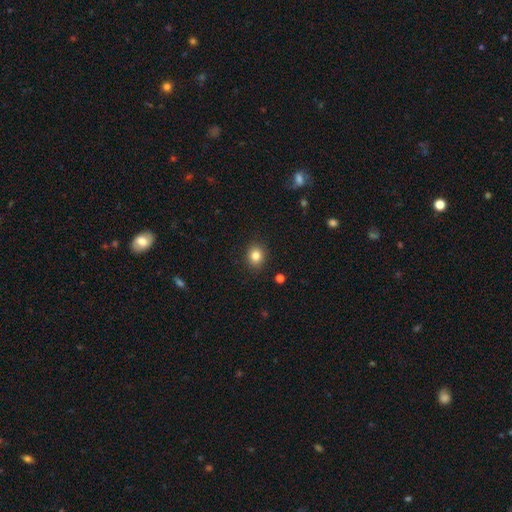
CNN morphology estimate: A smooth galaxy with no disk features (83%) that is round (71%).

Vote fractions:
- Smooth or featured? smooth: 83% / star or artifact: 11% / featured or disk: 6%
- How rounded? round: 71% / in between: 28% / cigar-shaped: 1%
- Merging? none: 89% / minor disturbance: 7% / major disturbance: 2% / merger: 1%